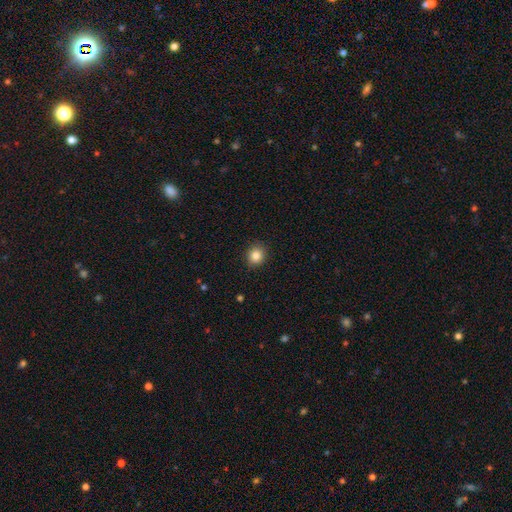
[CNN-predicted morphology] Smooth or featured? Predicted: smooth (p=0.85). How rounded? Predicted: round (p=0.78). Merging? Predicted: none (p=0.88).